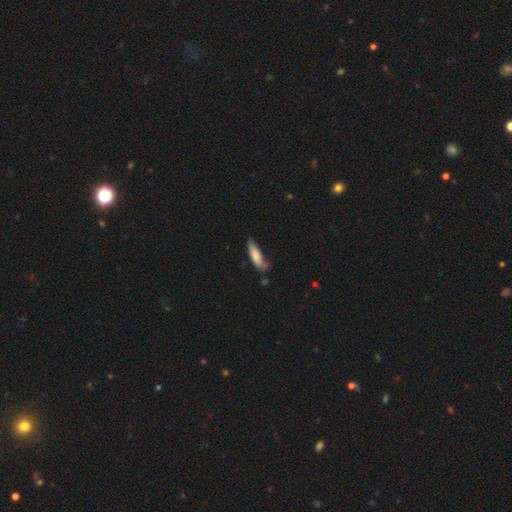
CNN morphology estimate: type=smooth (78%); roundness=cigar-shaped (53%); merging=none (48%).